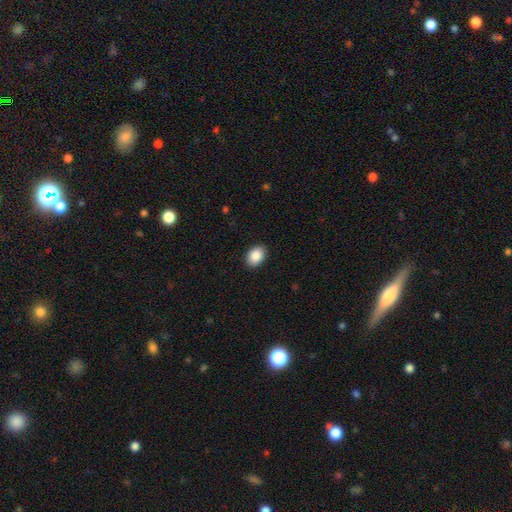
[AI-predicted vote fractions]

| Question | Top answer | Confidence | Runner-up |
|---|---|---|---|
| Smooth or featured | smooth | 89% | star or artifact (7%) |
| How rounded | in between | 79% | round (20%) |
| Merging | none | 90% | minor disturbance (7%) |